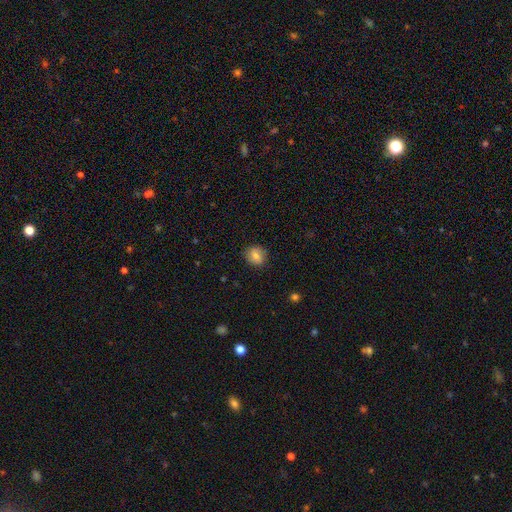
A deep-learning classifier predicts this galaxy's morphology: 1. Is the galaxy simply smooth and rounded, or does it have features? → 77% smooth, 14% featured or disk, 9% star or artifact.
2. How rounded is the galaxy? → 76% round, 23% in between, 1% cigar-shaped.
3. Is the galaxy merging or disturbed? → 85% none, 11% minor disturbance, 3% major disturbance, 1% merger.